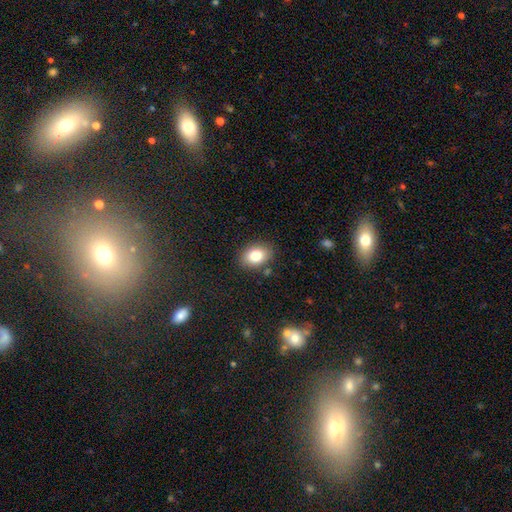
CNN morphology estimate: smooth_or_featured: smooth (p=0.81) [alt: featured or disk p=0.10]
how_rounded: in between (p=0.73) [alt: round p=0.26]
merging: none (p=0.85) [alt: minor disturbance p=0.10]